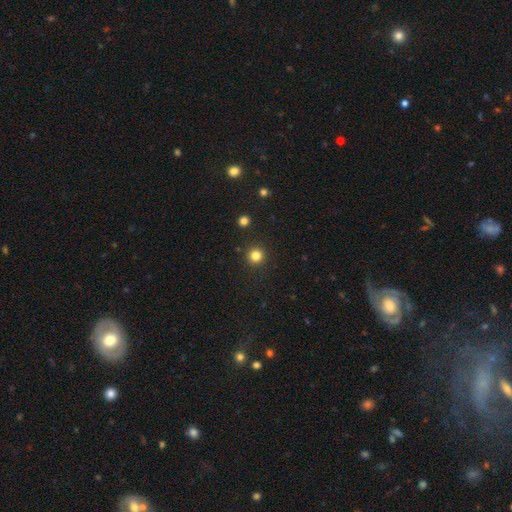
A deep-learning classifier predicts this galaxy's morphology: smooth-or-featured: smooth: 82% | star or artifact: 14% | featured or disk: 4%
  how-rounded: round: 95% | in between: 4% | cigar-shaped: 1%
  merging: none: 92% | minor disturbance: 5% | major disturbance: 2% | merger: 2%